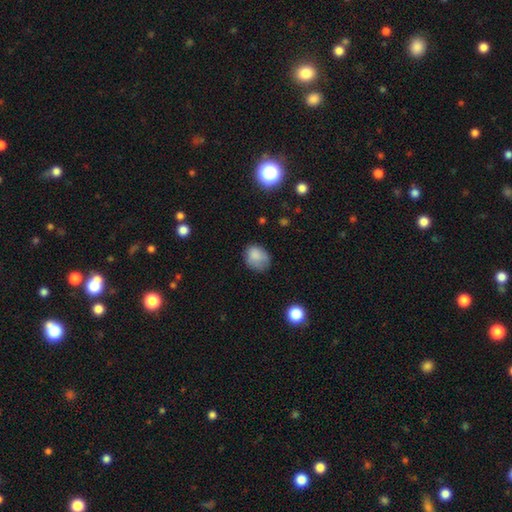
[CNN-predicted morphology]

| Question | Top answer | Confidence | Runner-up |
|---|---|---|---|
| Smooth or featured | smooth | 81% | star or artifact (10%) |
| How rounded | round | 57% | in between (42%) |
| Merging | none | 60% | minor disturbance (28%) |